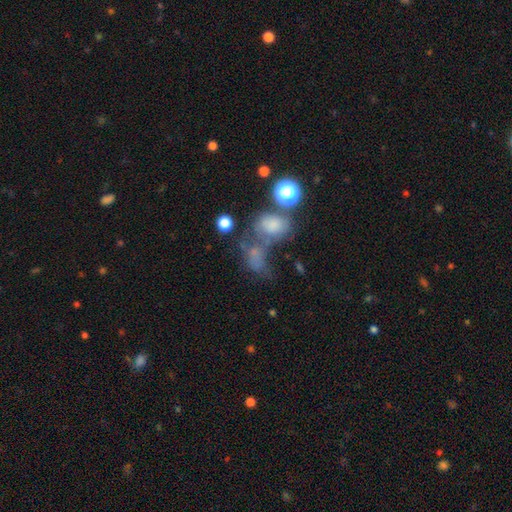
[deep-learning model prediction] Q: Smooth or featured?
A: smooth (55%); runner-up: star or artifact (25%)
Q: How rounded?
A: in between (65%); runner-up: round (33%)
Q: Merging?
A: merger (41%); runner-up: none (27%)